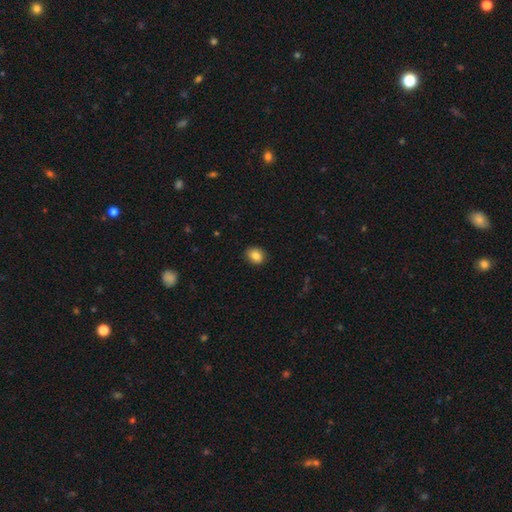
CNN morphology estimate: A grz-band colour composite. It shows a smooth galaxy with no disk features (85%) that is round (58%). Merging: none (89%).